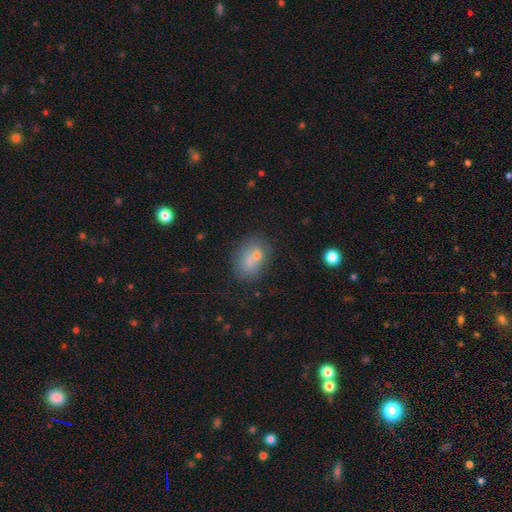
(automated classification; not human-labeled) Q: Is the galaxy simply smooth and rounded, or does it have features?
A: smooth — 65%.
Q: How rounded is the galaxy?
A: in between — 62%.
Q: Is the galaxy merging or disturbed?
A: none — 48%.